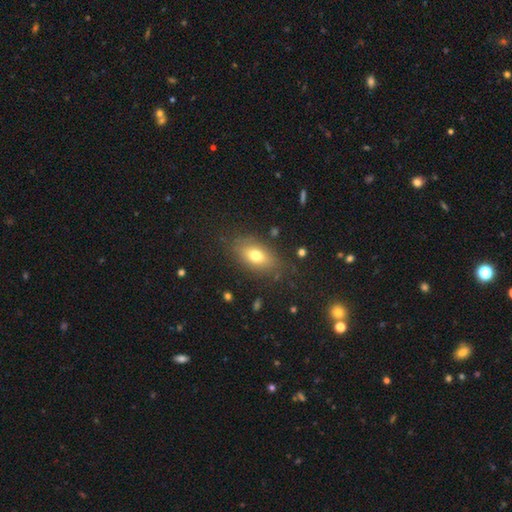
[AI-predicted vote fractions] smooth 72%, featured or disk 18%, star or artifact 10%. Down the decision tree: how rounded — in between (83%); merging — none (79%).